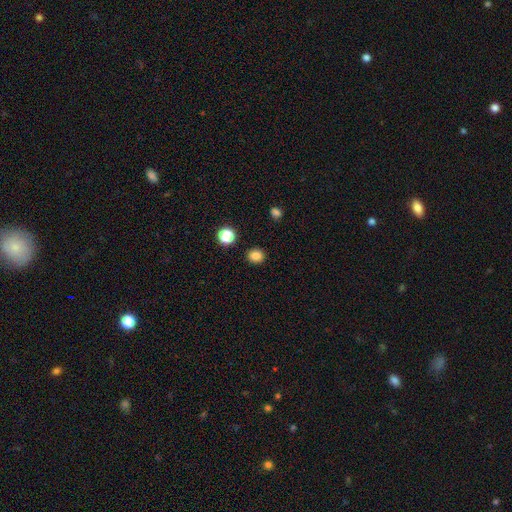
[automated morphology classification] type=smooth (83%); roundness=round (82%); merging=none (91%).